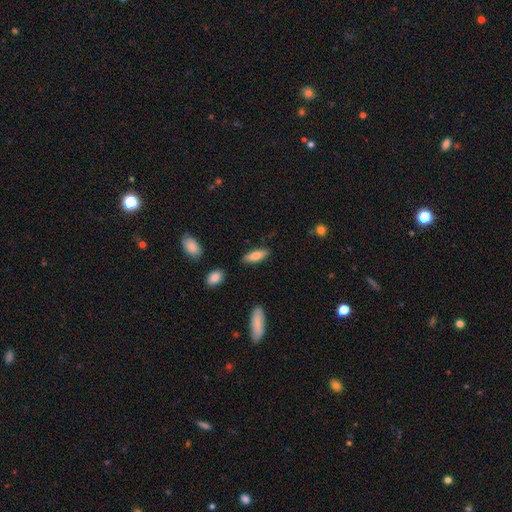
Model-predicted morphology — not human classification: A smooth galaxy with no disk features (75%) that is in between round and cigar-shaped (61%).

Vote fractions:
- Smooth or featured? smooth: 75% / featured or disk: 18% / star or artifact: 6%
- How rounded? in between: 61% / cigar-shaped: 37% / round: 2%
- Merging? none: 85% / minor disturbance: 10% / major disturbance: 2% / merger: 2%